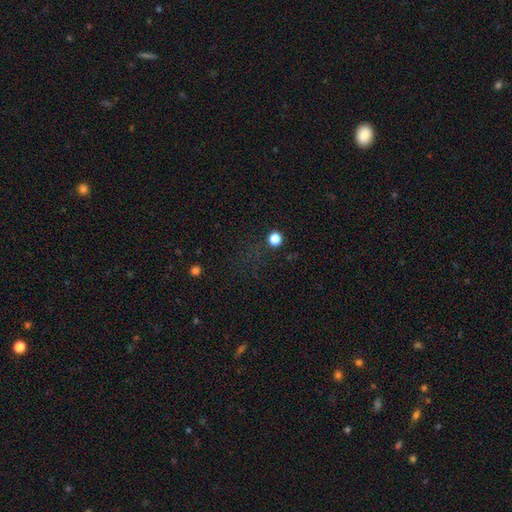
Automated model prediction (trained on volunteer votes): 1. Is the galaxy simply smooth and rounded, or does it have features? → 61% star or artifact, 28% smooth, 11% featured or disk.